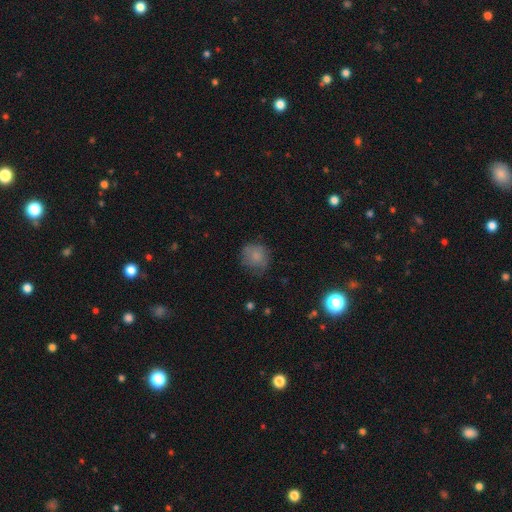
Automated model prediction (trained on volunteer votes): Overall: smooth (78%). How rounded: round (82%). Merging: none (62%; minor disturbance 26%).